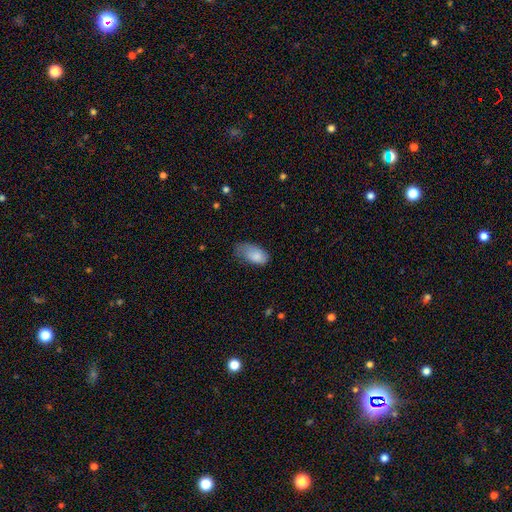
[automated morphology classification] Smooth or featured? Predicted: smooth (p=0.82). How rounded? Predicted: in between (p=0.94). Merging? Predicted: minor disturbance (p=0.42).